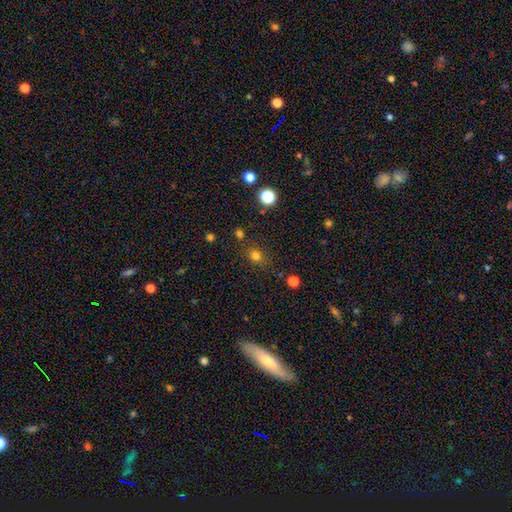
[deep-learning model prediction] Morphology: type=smooth (75%); roundness=round (79%); merging=none (80%).